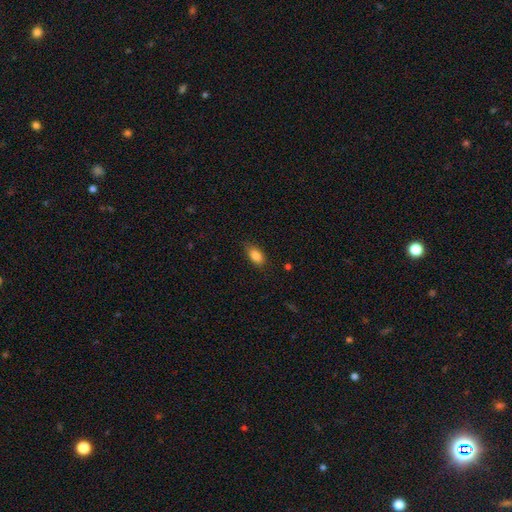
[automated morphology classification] A smooth galaxy with no disk features (86%) that is in between round and cigar-shaped (88%). Merging: none (79%).